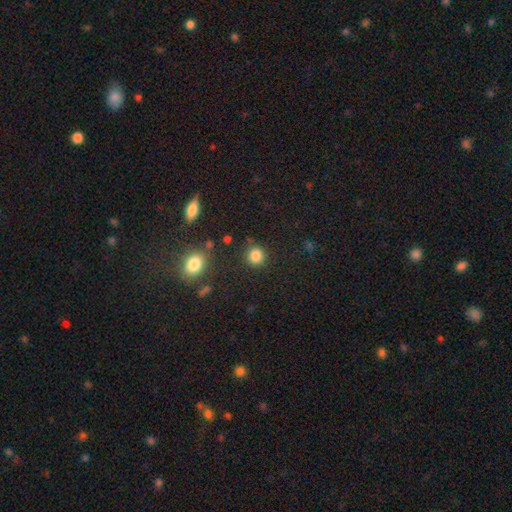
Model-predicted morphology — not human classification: Overall: smooth (84%). How rounded: round (87%). Merging: none (84%).